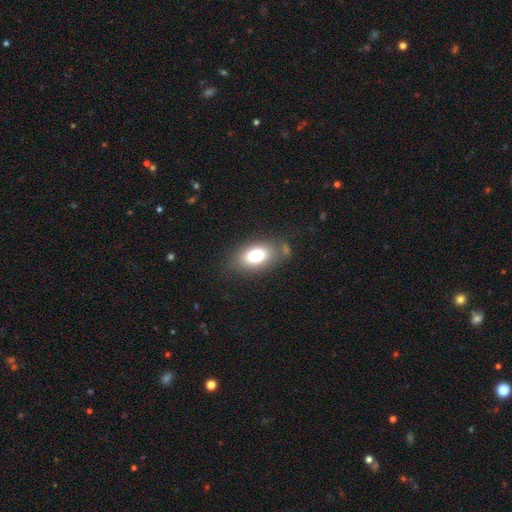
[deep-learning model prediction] A smooth galaxy with no disk features (77%) that is in between round and cigar-shaped (89%). Merging: none (73%).